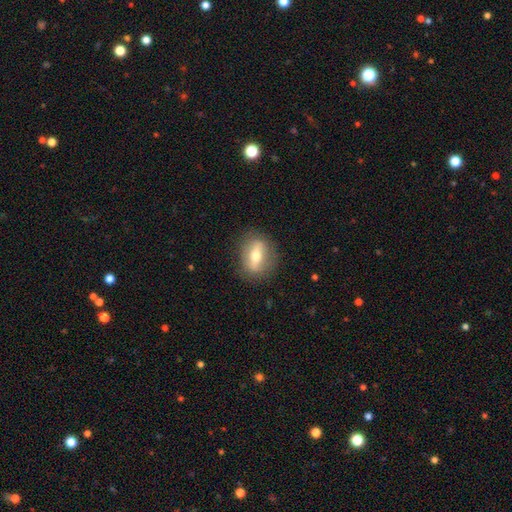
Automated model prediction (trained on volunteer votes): Overall: featured or disk (48%; smooth 44%). Merging: none (83%).